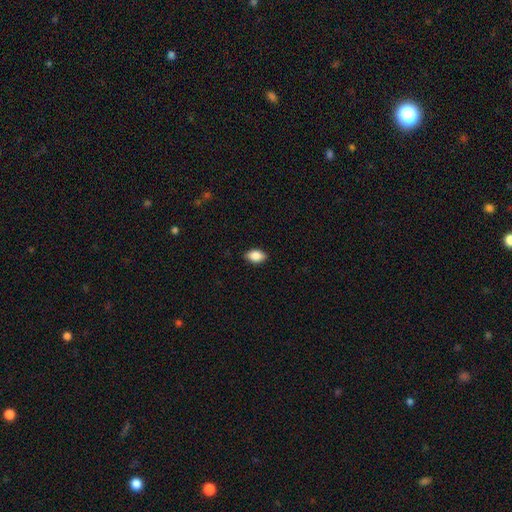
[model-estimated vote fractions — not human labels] Smooth or featured: smooth — 86% (star or artifact — 8%)
How rounded: in between — 89% (round — 8%)
Merging: none — 88% (minor disturbance — 9%)